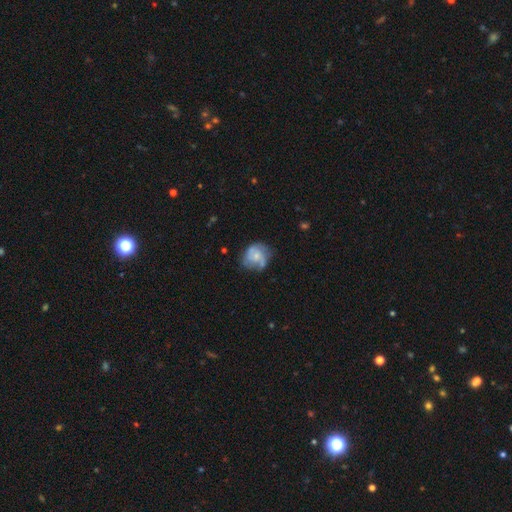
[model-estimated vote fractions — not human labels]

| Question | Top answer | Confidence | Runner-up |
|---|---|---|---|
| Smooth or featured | featured or disk | 56% | smooth (36%) |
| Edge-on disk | no | 98% | yes (2%) |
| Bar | no | 73% | weak (23%) |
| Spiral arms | yes | 74% | no (26%) |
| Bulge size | small | 54% | moderate (30%) |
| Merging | none | 54% | minor disturbance (27%) |